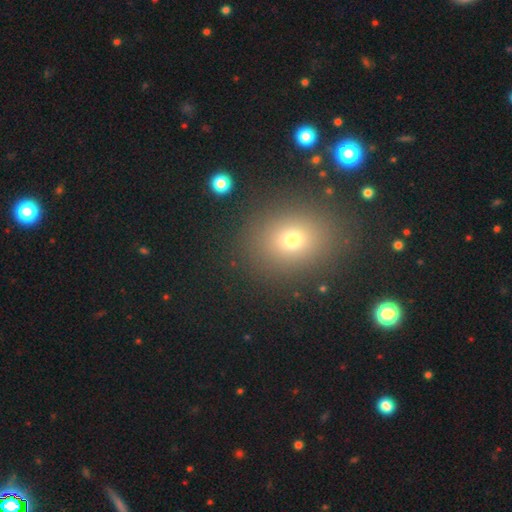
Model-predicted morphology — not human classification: type=smooth (61%); roundness=round (59%); merging=none (89%).